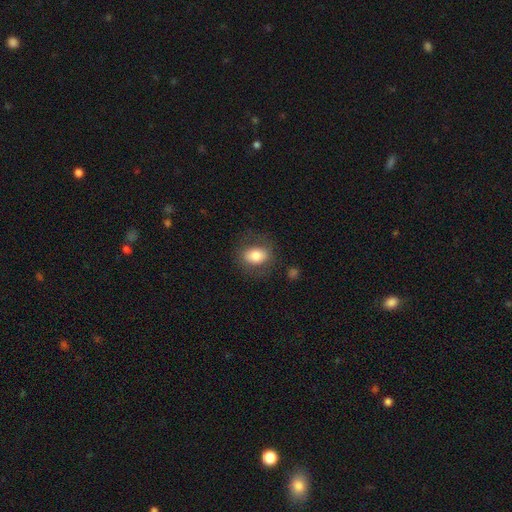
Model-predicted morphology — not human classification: The model was most divided on "how rounded": in between: 67%, round: 32%, cigar-shaped: 1%. More confident: merging — none (76%); smooth or featured — smooth (75%).